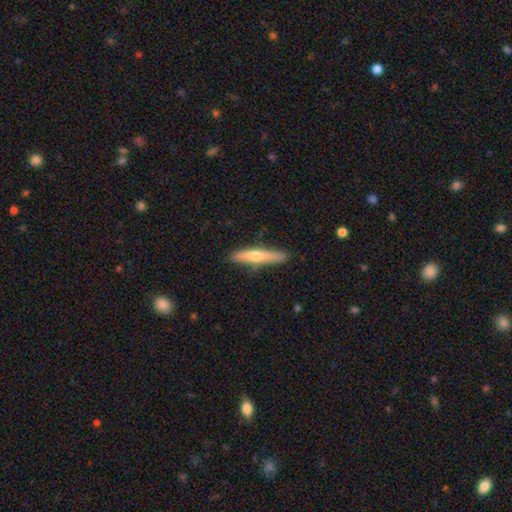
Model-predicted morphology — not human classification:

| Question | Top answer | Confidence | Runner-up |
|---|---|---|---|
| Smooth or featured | smooth | 51% | featured or disk (44%) |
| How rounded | cigar-shaped | 89% | in between (9%) |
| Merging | none | 85% | minor disturbance (11%) |